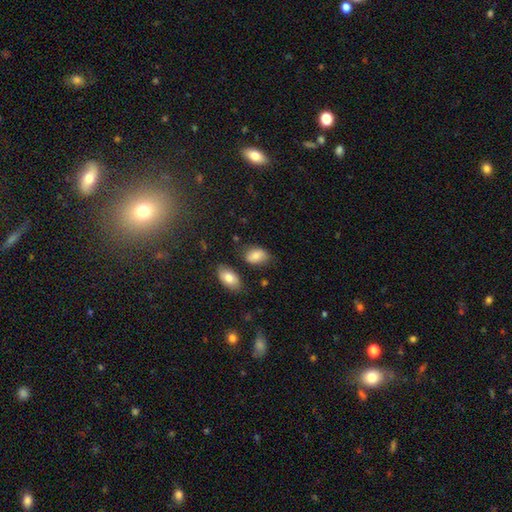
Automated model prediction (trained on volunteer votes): Morphology: type=smooth (79%); roundness=in between (85%); merging=none (67%).